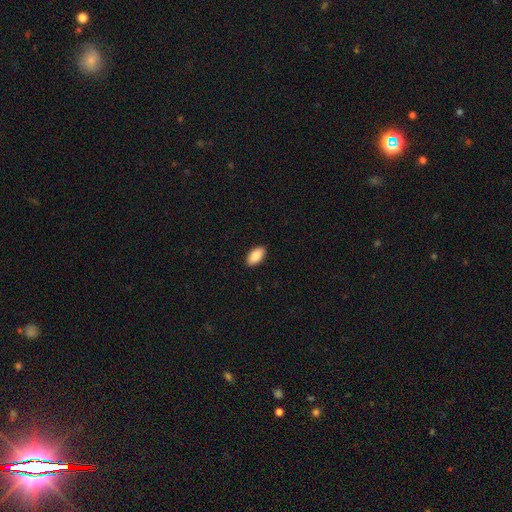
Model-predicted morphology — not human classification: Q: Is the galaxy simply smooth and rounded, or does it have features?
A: smooth — 88%.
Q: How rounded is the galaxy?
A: in between — 94%.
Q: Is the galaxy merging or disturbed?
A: none — 91%.